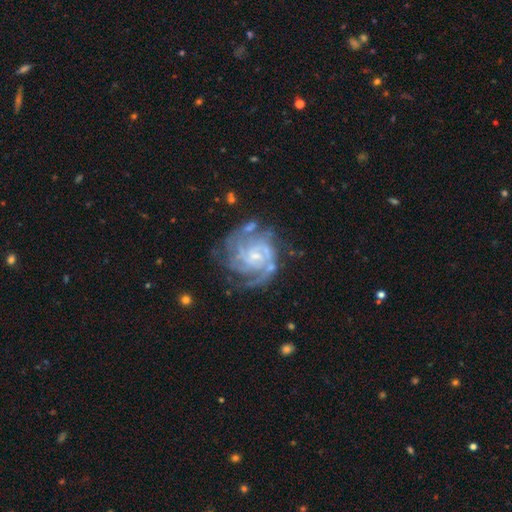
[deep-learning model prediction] Smooth or featured? featured or disk (88%)
Edge-on disk? no (98%)
Bar? no (56%)
Spiral arms? yes (97%)
Spiral winding? tight (62%)
Spiral arm count? 3 (27%)
Bulge size? small (62%)
Merging? none (61%)